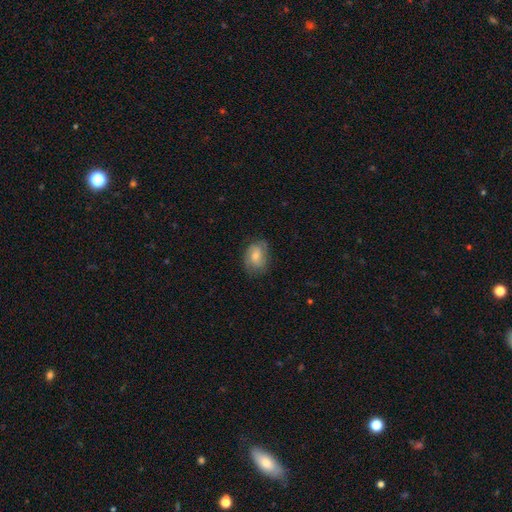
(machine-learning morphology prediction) A smooth galaxy with no disk features (49%). Merging: none (71%).